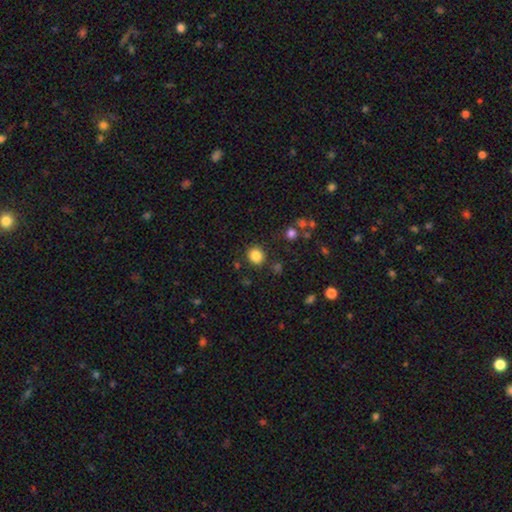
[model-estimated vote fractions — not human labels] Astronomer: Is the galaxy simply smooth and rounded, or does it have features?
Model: smooth — 85%.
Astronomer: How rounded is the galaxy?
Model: round — 79%.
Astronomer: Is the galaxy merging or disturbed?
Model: none — 87%.